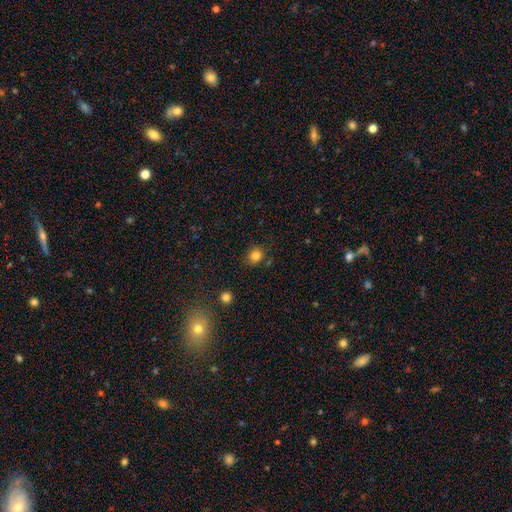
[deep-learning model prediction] Morphology: type=smooth (82%); roundness=round (77%); merging=none (82%).